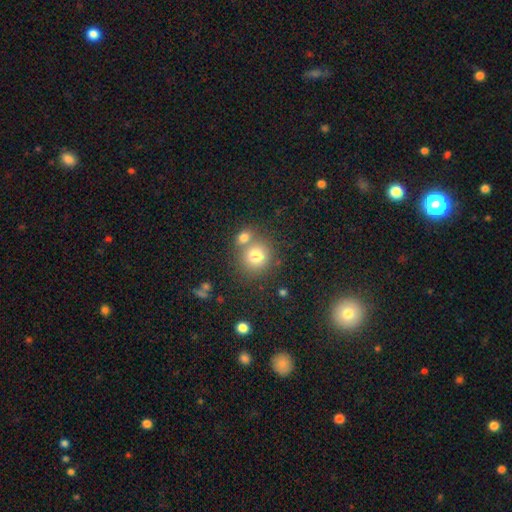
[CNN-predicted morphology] smooth-or-featured: smooth: 77% | star or artifact: 12% | featured or disk: 11%
  how-rounded: round: 85% | in between: 14% | cigar-shaped: 1%
  merging: none: 56% | merger: 31% | minor disturbance: 9% | major disturbance: 4%